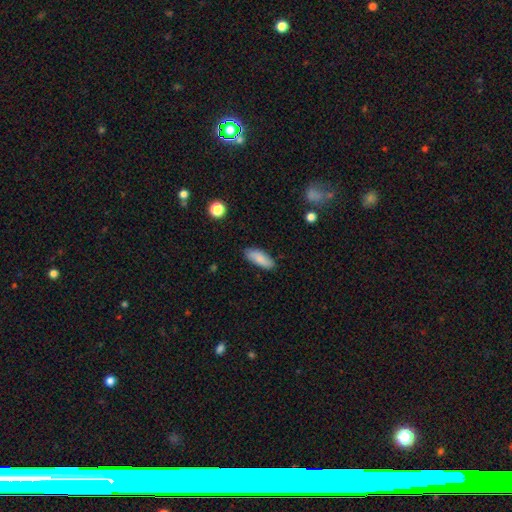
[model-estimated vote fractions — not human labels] Overall: smooth (82%). How rounded: in between (68%; cigar-shaped 30%). Merging: none (85%).